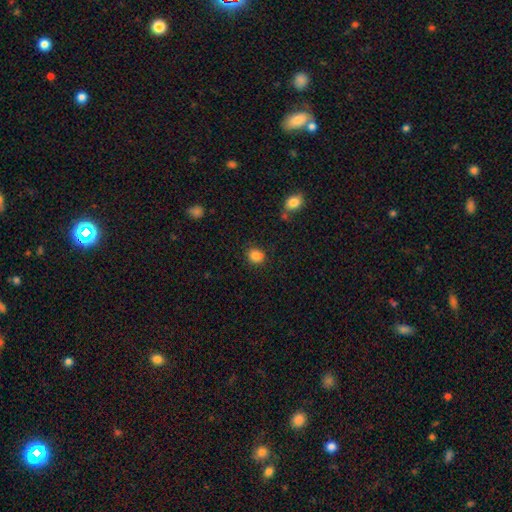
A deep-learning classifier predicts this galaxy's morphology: Overall: smooth (81%). How rounded: round (75%). Merging: none (69%).